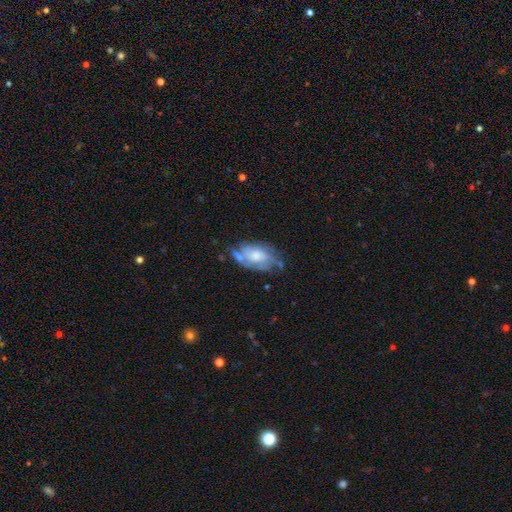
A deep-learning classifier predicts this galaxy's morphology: Overall: featured or disk (61%; smooth 32%). Edge-on disk: no (95%). Bar: no (74%). Spiral arms: yes (74%). Bulge size: moderate (42%; small 24%). Merging: none (46%; minor disturbance 28%).